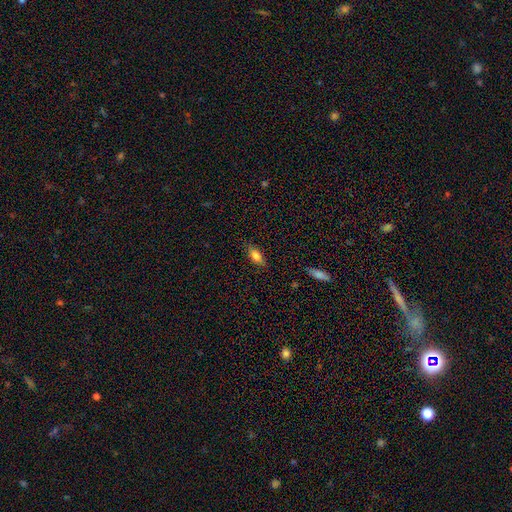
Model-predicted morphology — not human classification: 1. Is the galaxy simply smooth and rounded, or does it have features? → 79% smooth, 13% featured or disk, 8% star or artifact.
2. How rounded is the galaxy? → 80% in between, 16% cigar-shaped, 4% round.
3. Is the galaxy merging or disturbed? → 82% none, 14% minor disturbance, 3% major disturbance, 1% merger.